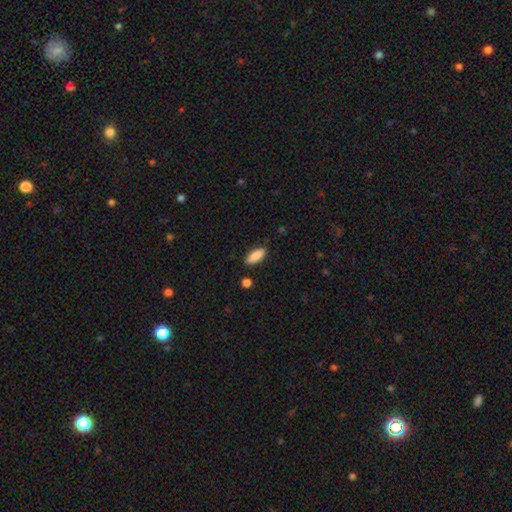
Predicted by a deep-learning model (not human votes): smooth_or_featured: smooth (p=0.87) [alt: featured or disk p=0.06]
how_rounded: in between (p=0.71) [alt: cigar-shaped p=0.26]
merging: none (p=0.86) [alt: minor disturbance p=0.10]